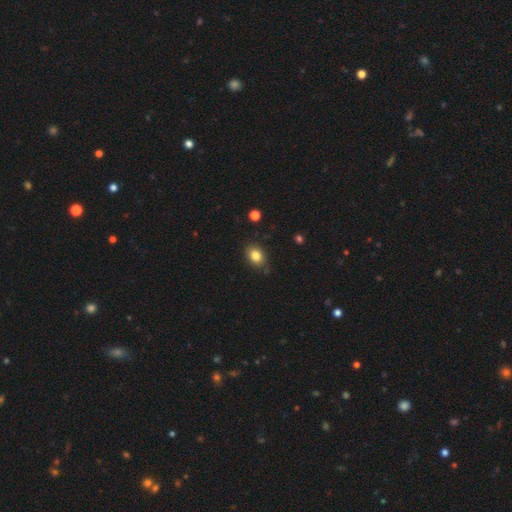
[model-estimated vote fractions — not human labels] The model was most divided on "how rounded": in between: 63%, round: 36%, cigar-shaped: 1%. More confident: smooth or featured — smooth (84%); merging — none (80%).